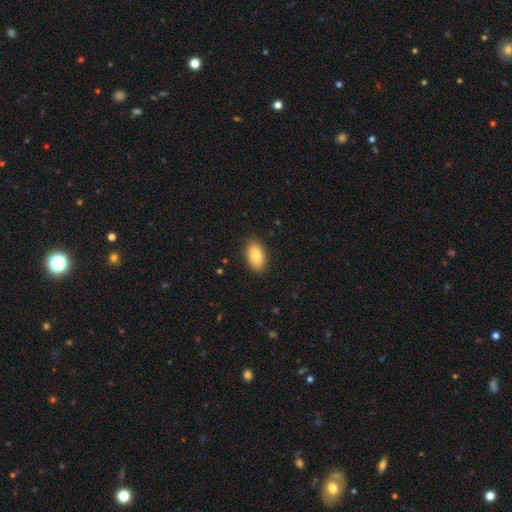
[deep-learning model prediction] smooth-or-featured: smooth: 82% | featured or disk: 11% | star or artifact: 7%
  how-rounded: in between: 93% | round: 5% | cigar-shaped: 2%
  merging: none: 88% | minor disturbance: 9% | major disturbance: 2% | merger: 1%